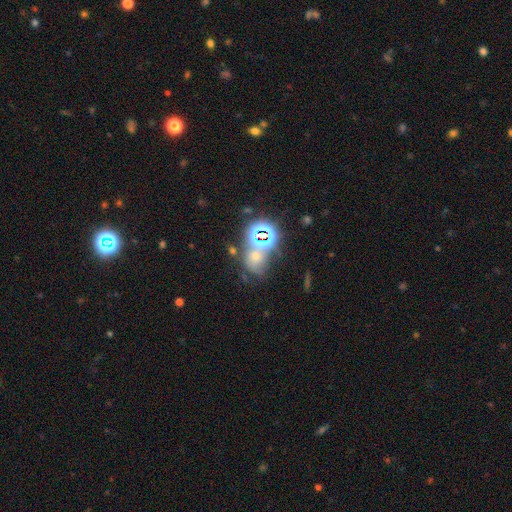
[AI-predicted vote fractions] A star or artifact, not a galaxy (57%).